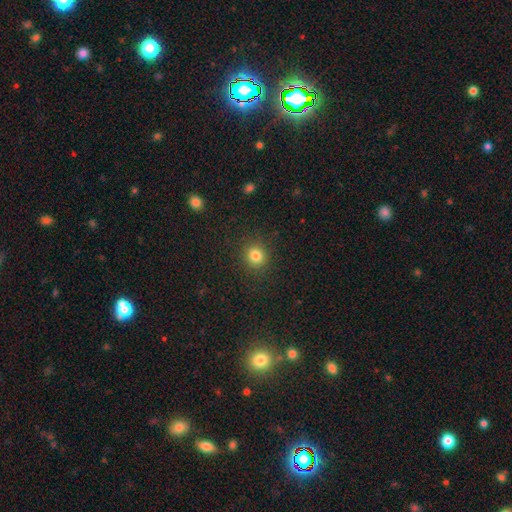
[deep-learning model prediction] Q: Smooth or featured?
A: smooth (82%); runner-up: star or artifact (13%)
Q: How rounded?
A: round (88%); runner-up: in between (11%)
Q: Merging?
A: none (90%); runner-up: minor disturbance (6%)